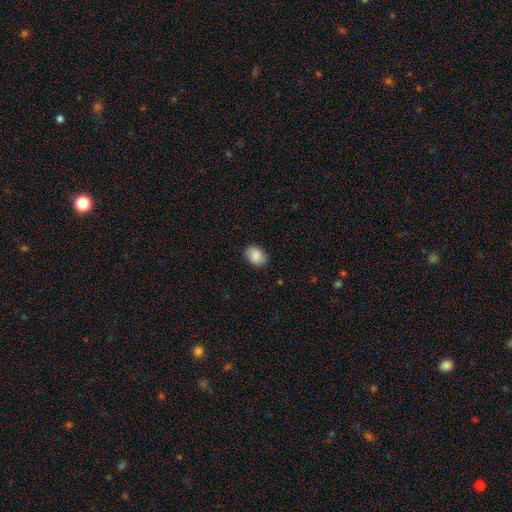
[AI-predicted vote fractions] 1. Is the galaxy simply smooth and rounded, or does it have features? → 85% smooth, 8% featured or disk, 7% star or artifact.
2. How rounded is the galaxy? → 77% in between, 22% round, 1% cigar-shaped.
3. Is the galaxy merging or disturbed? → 86% none, 11% minor disturbance, 2% major disturbance, 1% merger.